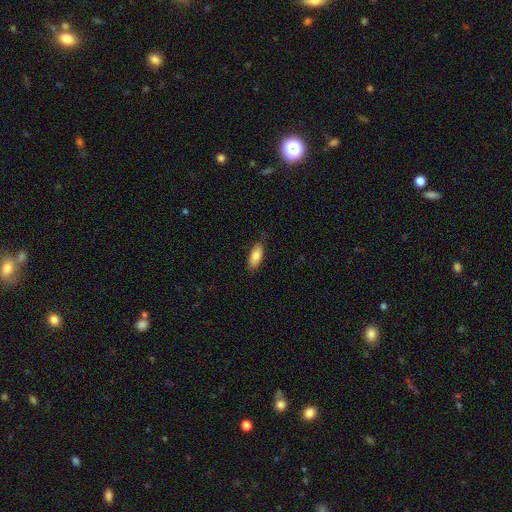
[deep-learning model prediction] Morphology: type=smooth (83%); roundness=in between (77%); merging=none (80%).